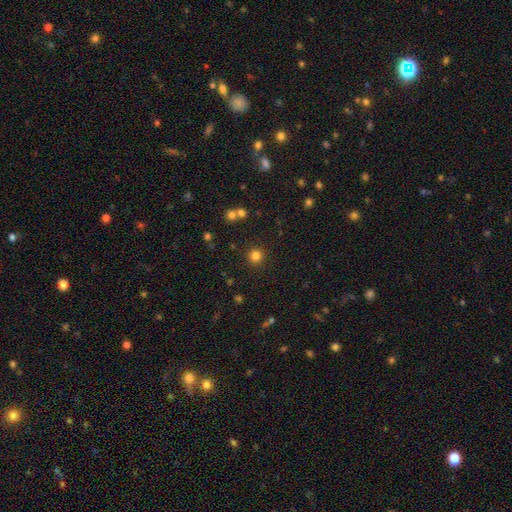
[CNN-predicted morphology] The model was most divided on "smooth or featured": smooth: 80%, star or artifact: 15%, featured or disk: 5%. More confident: how rounded — round (94%); merging — none (89%).